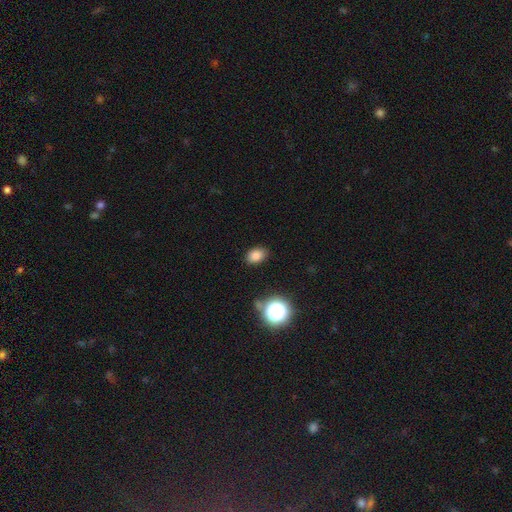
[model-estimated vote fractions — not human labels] smooth_or_featured: smooth (p=0.81) [alt: star or artifact p=0.14]
how_rounded: in between (p=0.74) [alt: round p=0.25]
merging: none (p=0.84) [alt: minor disturbance p=0.11]